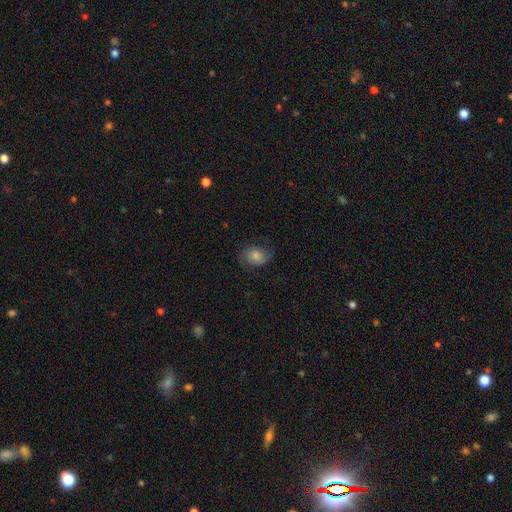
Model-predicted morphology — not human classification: smooth 55%, featured or disk 33%, star or artifact 12%. Down the decision tree: how rounded — in between (53%); merging — none (73%).